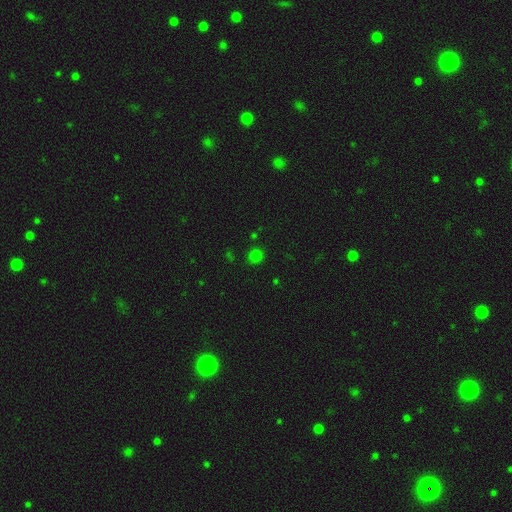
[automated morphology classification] smooth-or-featured: smooth: 76% | star or artifact: 20% | featured or disk: 4%
  how-rounded: round: 88% | in between: 11% | cigar-shaped: 1%
  merging: none: 87% | minor disturbance: 8% | major disturbance: 2% | merger: 2%